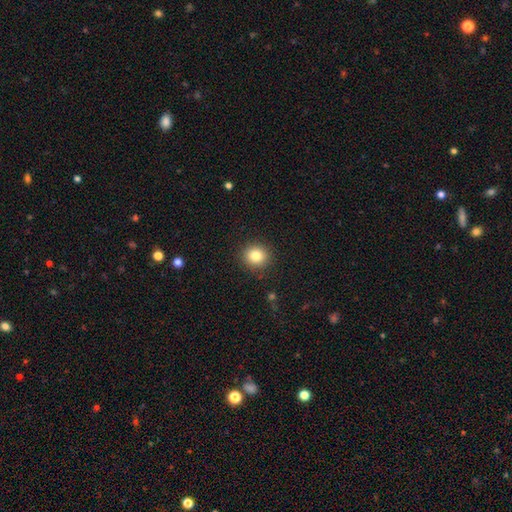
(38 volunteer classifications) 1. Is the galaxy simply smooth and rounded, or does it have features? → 79% smooth, 11% featured or disk, 11% star or artifact.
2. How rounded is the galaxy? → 83% round, 13% in between, 3% cigar-shaped.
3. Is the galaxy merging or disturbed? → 97% none, 3% minor disturbance, 0% major disturbance, 0% merger.